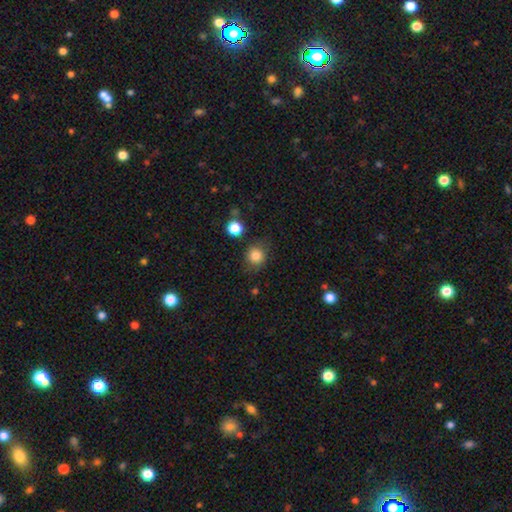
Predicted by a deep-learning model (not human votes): Morphology: type=smooth (83%); roundness=round (84%); merging=none (79%).